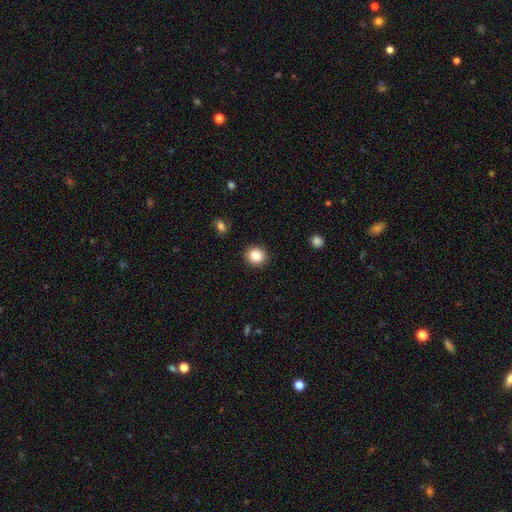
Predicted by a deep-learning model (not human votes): This appears to be a smooth galaxy with no disk features (86%) that is round (84%). Merging: none (90%).